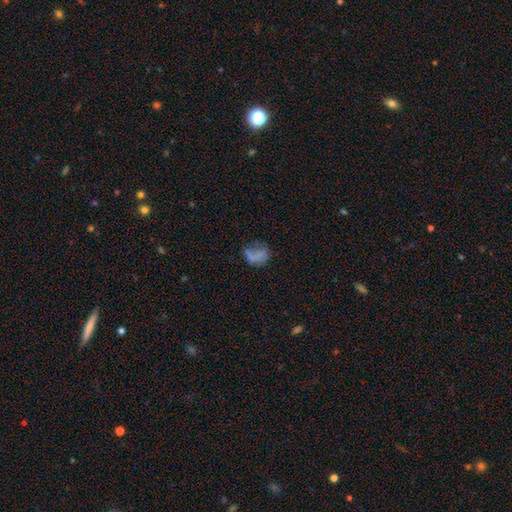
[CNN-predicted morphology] Overall: smooth (61%; featured or disk 23%). How rounded: in between (51%; round 47%). Merging: none (38%; major disturbance 31%).